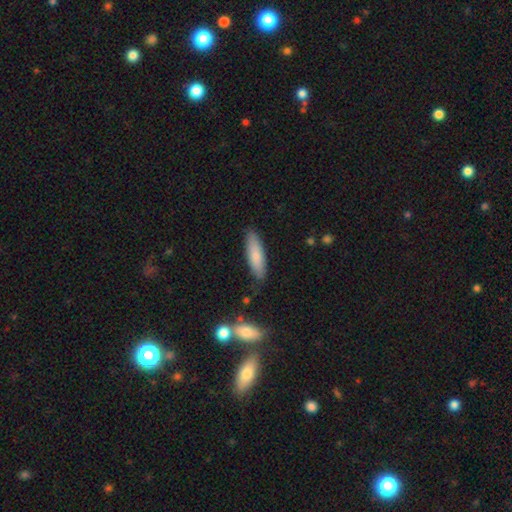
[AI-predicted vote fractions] This is likely a smooth galaxy (80%). How rounded: possibly cigar-shaped (59%). Merging: clearly none (83%).